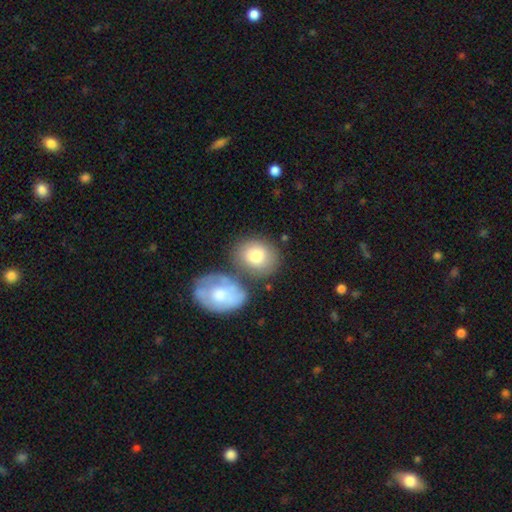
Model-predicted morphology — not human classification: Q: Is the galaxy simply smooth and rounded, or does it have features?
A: smooth — 77%.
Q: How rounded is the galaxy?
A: round — 59%.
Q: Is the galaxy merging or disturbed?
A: none — 53%.